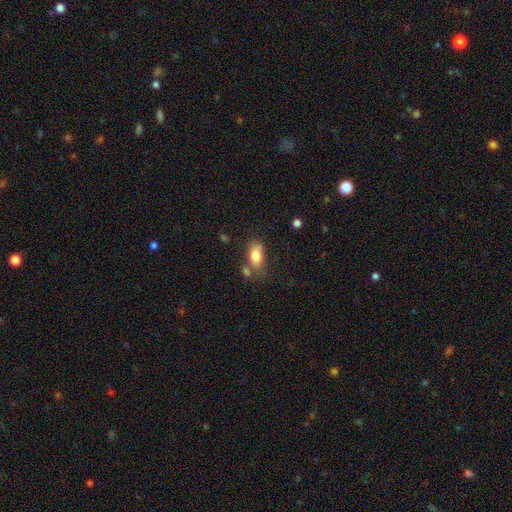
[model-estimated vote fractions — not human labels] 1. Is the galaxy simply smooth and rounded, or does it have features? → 81% smooth, 11% featured or disk, 8% star or artifact.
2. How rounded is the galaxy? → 87% in between, 8% round, 4% cigar-shaped.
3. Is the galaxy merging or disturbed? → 51% none, 22% minor disturbance, 18% merger, 8% major disturbance.